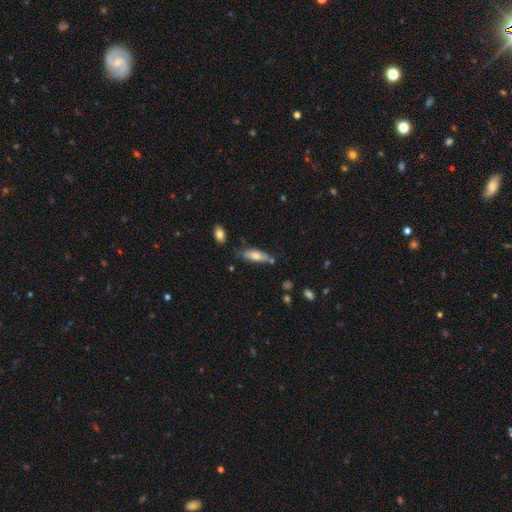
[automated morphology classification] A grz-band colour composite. It shows a smooth galaxy with no disk features (70%) that is in between round and cigar-shaped (61%). Merging: none (60%).